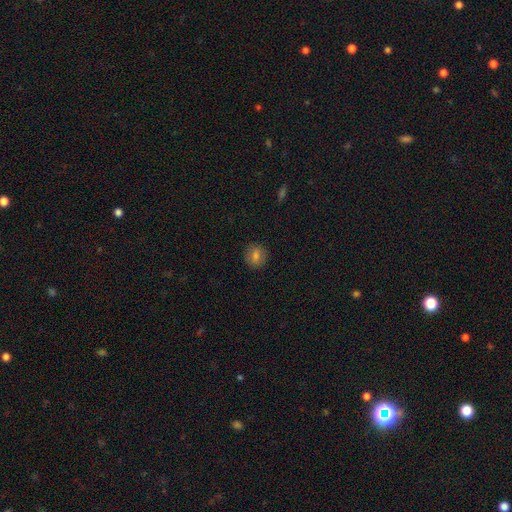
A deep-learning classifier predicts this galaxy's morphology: This appears to be a smooth galaxy with no disk features (73%) that is round (84%). Merging: none (89%).